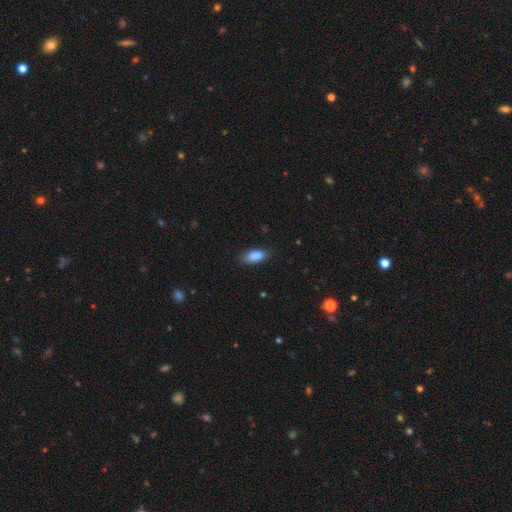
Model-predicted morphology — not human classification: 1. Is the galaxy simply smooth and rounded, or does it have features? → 83% smooth, 9% star or artifact, 8% featured or disk.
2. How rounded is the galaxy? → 84% in between, 12% cigar-shaped, 4% round.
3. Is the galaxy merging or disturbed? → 64% none, 21% minor disturbance, 10% merger, 5% major disturbance.